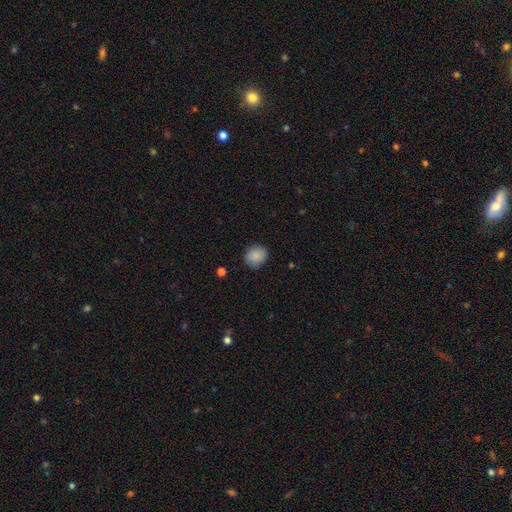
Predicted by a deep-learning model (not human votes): Smooth or featured? Predicted: smooth (p=0.88). How rounded? Predicted: round (p=0.77). Merging? Predicted: none (p=0.84).